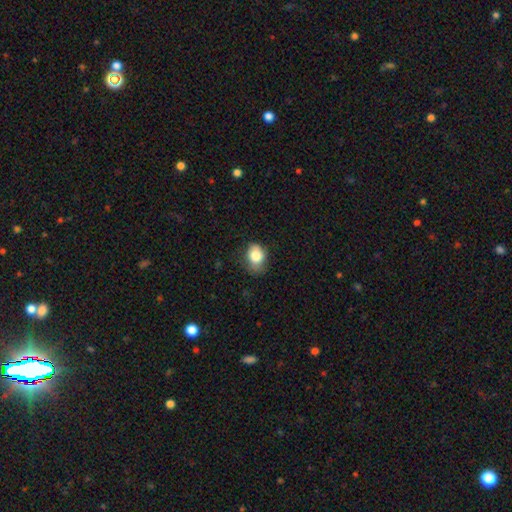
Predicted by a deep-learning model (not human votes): smooth 82%, featured or disk 10%, star or artifact 9%. Down the decision tree: how rounded — in between (55%); merging — none (56%).